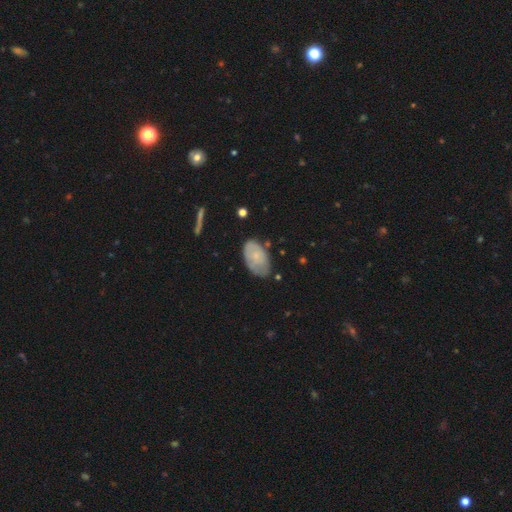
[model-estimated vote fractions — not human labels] The model was most divided on "smooth or featured": smooth: 61%, featured or disk: 33%, star or artifact: 7%. More confident: how rounded — in between (92%); merging — none (63%).